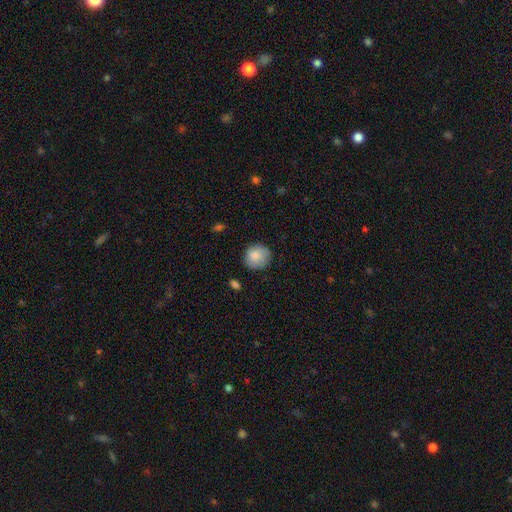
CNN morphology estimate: Smooth or featured: smooth — 86% (star or artifact — 7%)
How rounded: round — 85% (in between — 14%)
Merging: none — 79% (minor disturbance — 16%)